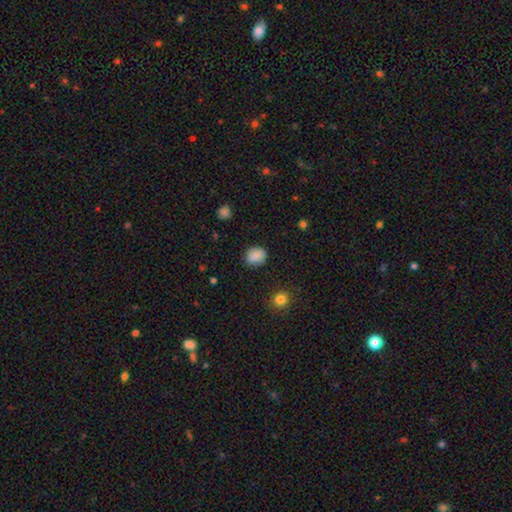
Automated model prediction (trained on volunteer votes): The model was most divided on "how rounded": round: 72%, in between: 27%, cigar-shaped: 1%. More confident: smooth or featured — smooth (83%); merging — none (82%).